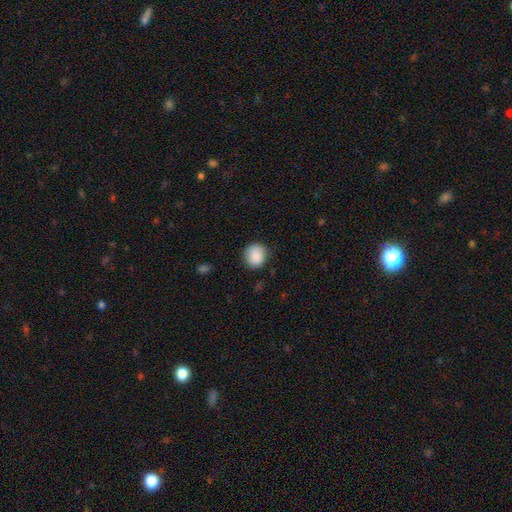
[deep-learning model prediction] Q: Smooth or featured?
A: smooth (87%); runner-up: star or artifact (7%)
Q: How rounded?
A: round (84%); runner-up: in between (15%)
Q: Merging?
A: none (81%); runner-up: minor disturbance (15%)